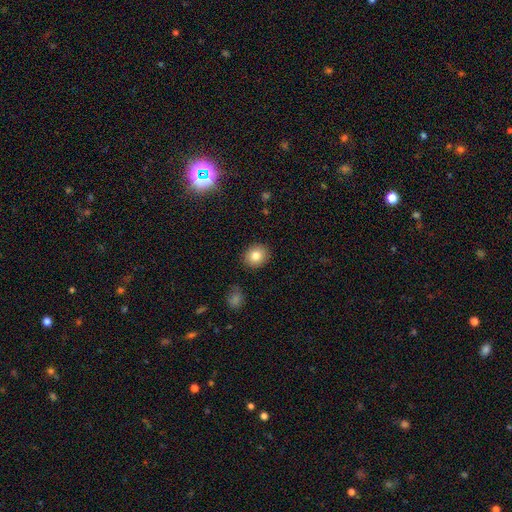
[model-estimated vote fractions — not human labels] Smooth or featured? smooth (82%)
How rounded? round (75%)
Merging? none (89%)